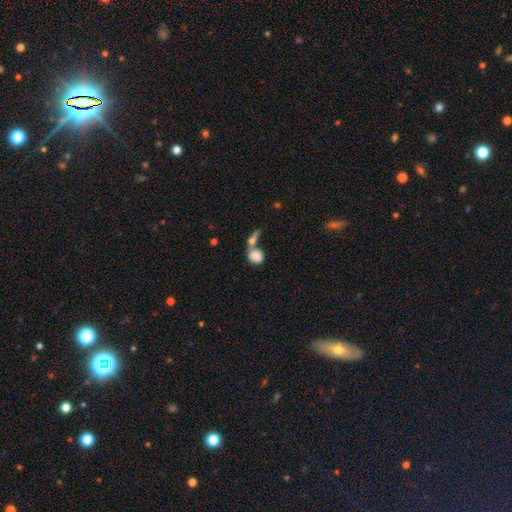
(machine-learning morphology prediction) Smooth or featured? Predicted: smooth (p=0.82). How rounded? Predicted: round (p=0.57). Merging? Predicted: merger (p=0.47).